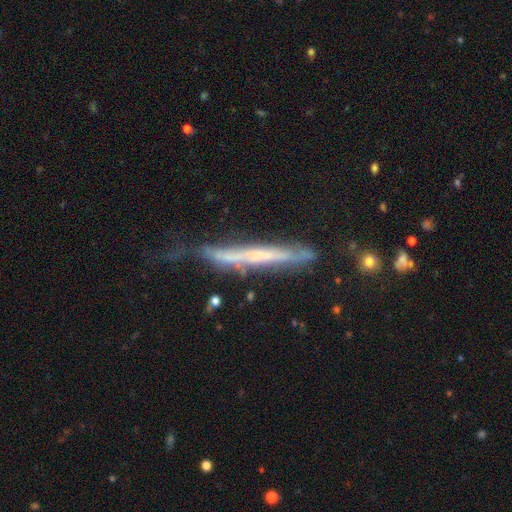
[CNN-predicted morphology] smooth-or-featured: featured or disk: 63% | smooth: 30% | star or artifact: 7%
  disk-edge-on: yes: 90% | no: 10%
    edge-on-bulge: none: 76% | rounded: 16% | boxy: 9%
  merging: none: 55% | minor disturbance: 31% | major disturbance: 10% | merger: 4%